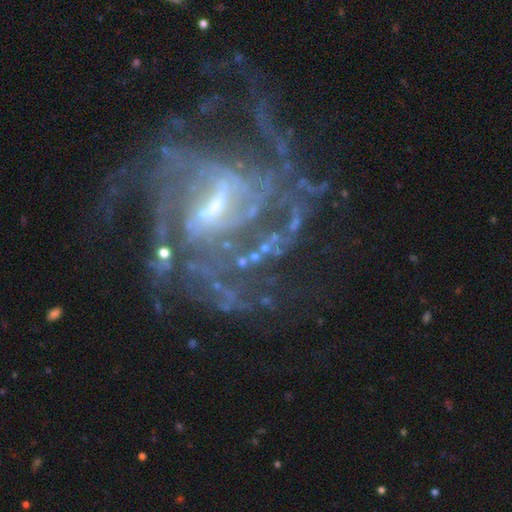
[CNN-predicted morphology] The model was most divided on "spiral arm count": can't tell: 27%, 4: 19%, 2: 18%, 3: 16%, more than 4: 12%, 1: 9%. Remaining: edge-on disk — no (98%); spiral arms — yes (95%); smooth or featured — featured or disk (89%); bulge size — small (61%); merging — none (52%); bar — weak (50%); spiral winding — medium (45%).